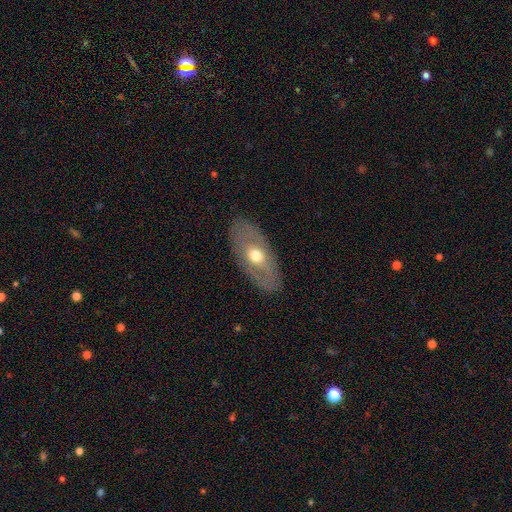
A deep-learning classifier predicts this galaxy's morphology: Smooth or featured? Predicted: featured or disk (p=0.51). Edge-on disk? Predicted: no (p=0.80). Merging? Predicted: none (p=0.84).